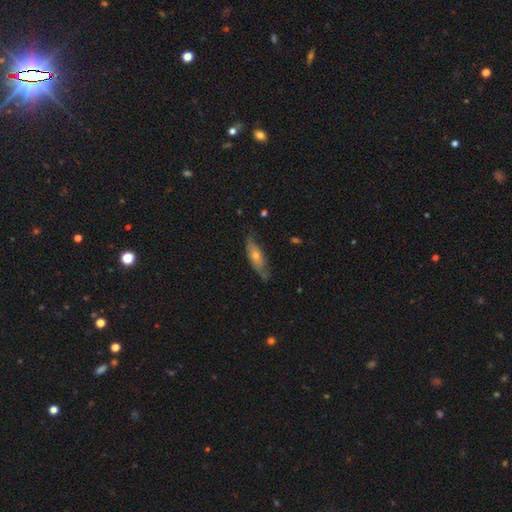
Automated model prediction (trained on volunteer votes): Q: Smooth or featured?
A: featured or disk (56%); runner-up: smooth (36%)
Q: Edge-on disk?
A: no (53%); runner-up: yes (47%)
Q: Merging?
A: none (66%); runner-up: minor disturbance (25%)